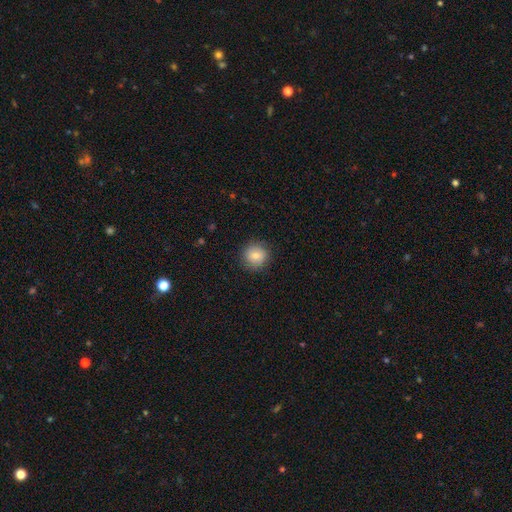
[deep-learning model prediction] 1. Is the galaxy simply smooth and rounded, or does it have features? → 78% smooth, 12% featured or disk, 9% star or artifact.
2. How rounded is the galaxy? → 92% round, 7% in between, 1% cigar-shaped.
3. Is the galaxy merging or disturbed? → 87% none, 9% minor disturbance, 3% major disturbance, 1% merger.